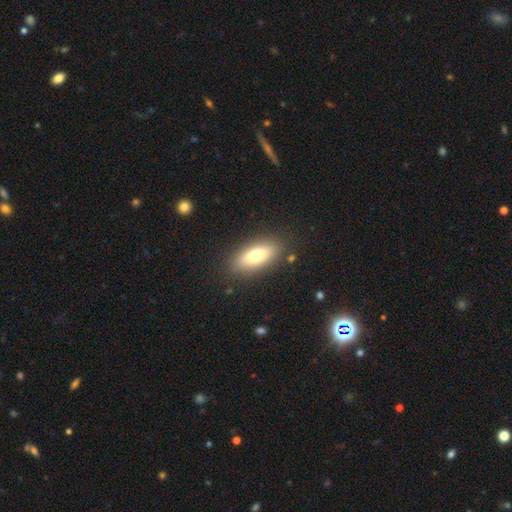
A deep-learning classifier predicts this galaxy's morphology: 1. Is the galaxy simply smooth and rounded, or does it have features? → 73% smooth, 19% featured or disk, 8% star or artifact.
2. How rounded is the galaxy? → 80% in between, 17% cigar-shaped, 3% round.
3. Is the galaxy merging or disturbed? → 85% none, 10% minor disturbance, 3% major disturbance, 2% merger.